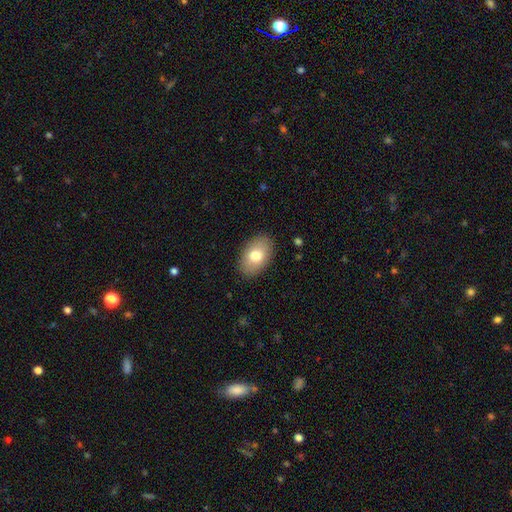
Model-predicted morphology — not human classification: This appears to be a smooth galaxy with no disk features (77%) that is in between round and cigar-shaped (90%). Merging: none (88%).